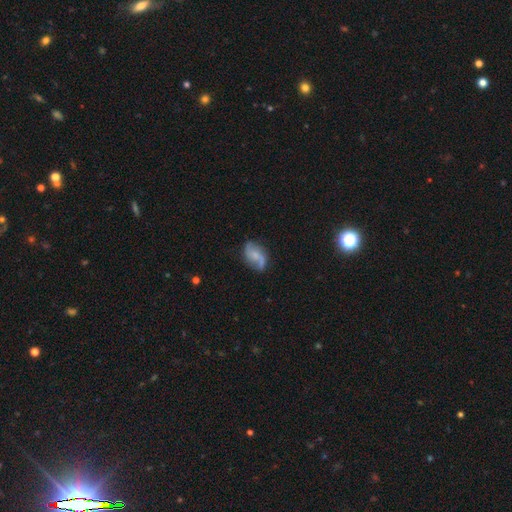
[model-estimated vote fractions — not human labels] Morphology: type=featured or disk (65%); edge-on=no (97%); bar=no (55%); spiral arms=yes (90%); winding=loose (63%); arm count=2 (86%); bulge=small (39%); merging=none (63%).